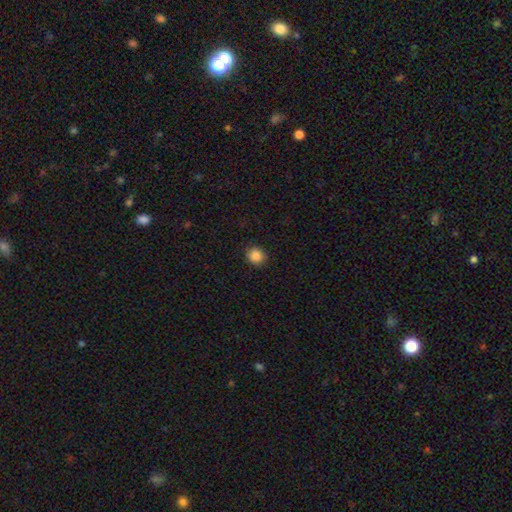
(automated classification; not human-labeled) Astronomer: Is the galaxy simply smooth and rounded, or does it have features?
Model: smooth — 87%.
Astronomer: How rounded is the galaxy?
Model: round — 87%.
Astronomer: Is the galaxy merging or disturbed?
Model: none — 92%.